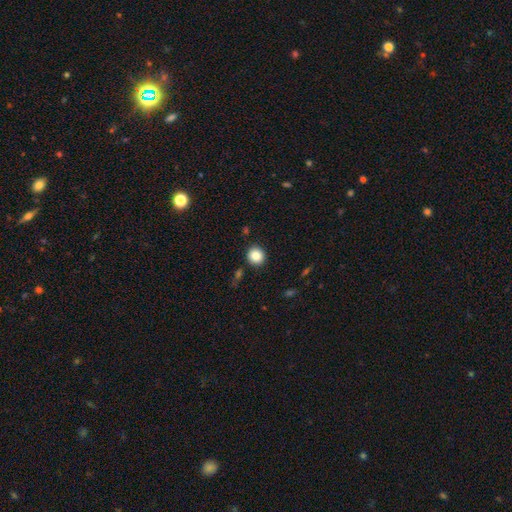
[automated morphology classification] A smooth galaxy with no disk features (84%) that is round (89%).

Vote fractions:
- Smooth or featured? smooth: 84% / star or artifact: 10% / featured or disk: 6%
- How rounded? round: 89% / in between: 10% / cigar-shaped: 1%
- Merging? none: 88% / minor disturbance: 7% / merger: 3% / major disturbance: 2%